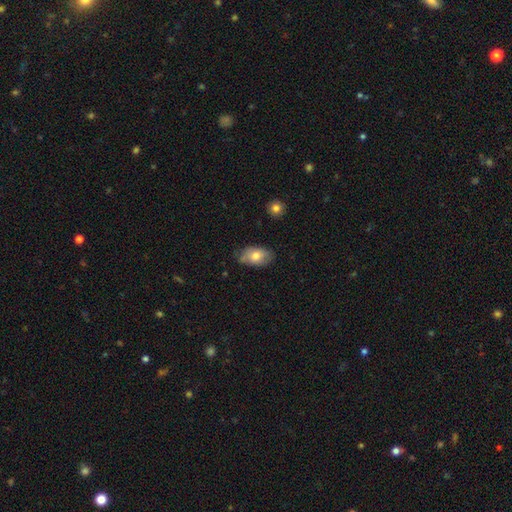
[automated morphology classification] Smooth or featured?
  - smooth: 72% *
  - featured or disk: 21%
  - star or artifact: 7%
How rounded?
  - in between: 92% *
  - round: 6%
  - cigar-shaped: 2%
Merging?
  - none: 71% *
  - minor disturbance: 23%
  - major disturbance: 4%
  - merger: 2%